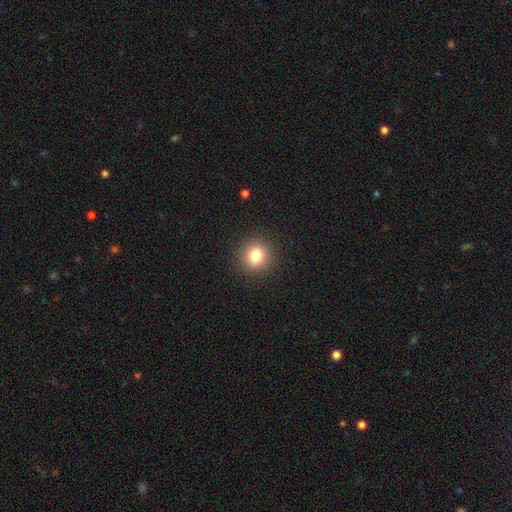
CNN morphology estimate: Smooth or featured? smooth (81%)
How rounded? round (88%)
Merging? none (91%)